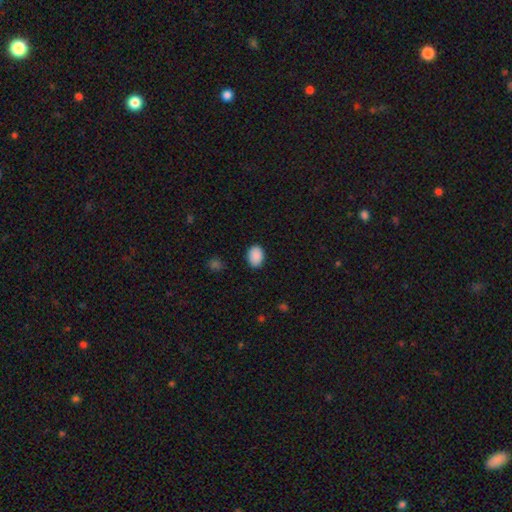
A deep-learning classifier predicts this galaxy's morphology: Smooth or featured: smooth — 90% (star or artifact — 7%)
How rounded: in between — 70% (round — 29%)
Merging: none — 89% (minor disturbance — 8%)